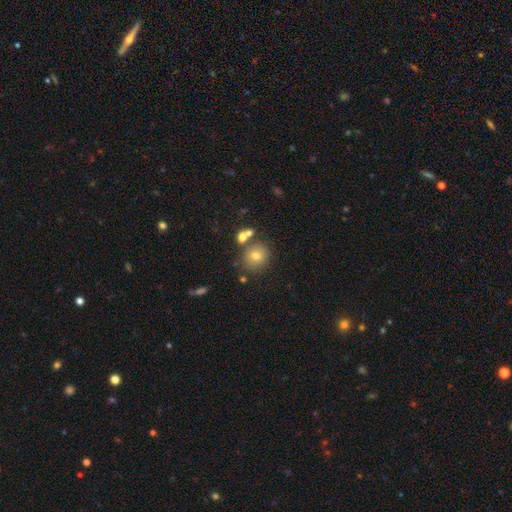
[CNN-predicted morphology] Q: Smooth or featured?
A: smooth (74%); runner-up: star or artifact (14%)
Q: How rounded?
A: round (85%); runner-up: in between (14%)
Q: Merging?
A: none (71%); runner-up: merger (15%)